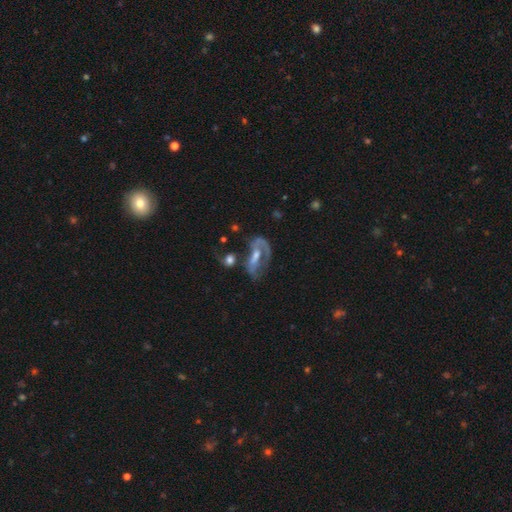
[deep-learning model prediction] featured or disk 70%, smooth 19%, star or artifact 10%. Down the decision tree: edge-on disk — no (93%); bar — no (44%); spiral arms — yes (68%); bulge size — moderate (45%); merging — major disturbance (32%, tied with none).